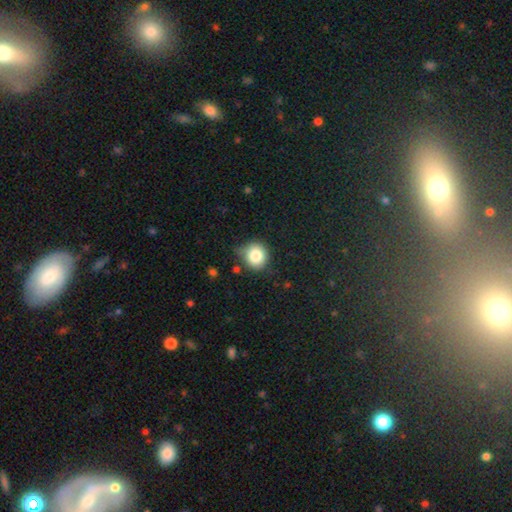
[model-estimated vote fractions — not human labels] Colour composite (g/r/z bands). It shows a smooth galaxy with no disk features (83%) that is round (86%). Merging: none (68%).